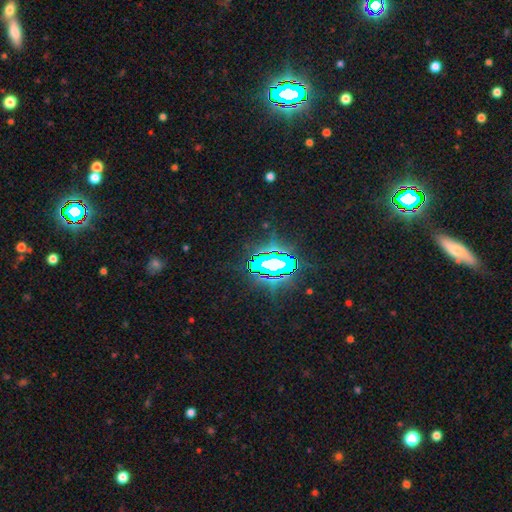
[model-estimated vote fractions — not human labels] smooth_or_featured: star or artifact (p=0.80) [alt: smooth p=0.12]